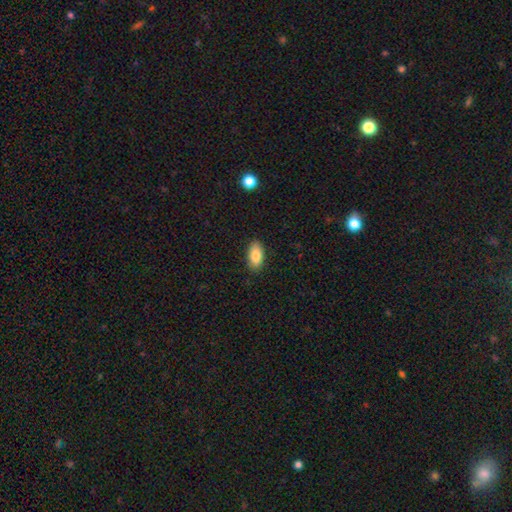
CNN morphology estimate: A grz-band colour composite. It shows a smooth galaxy with no disk features (84%) that is in between round and cigar-shaped (92%). Merging: none (88%).